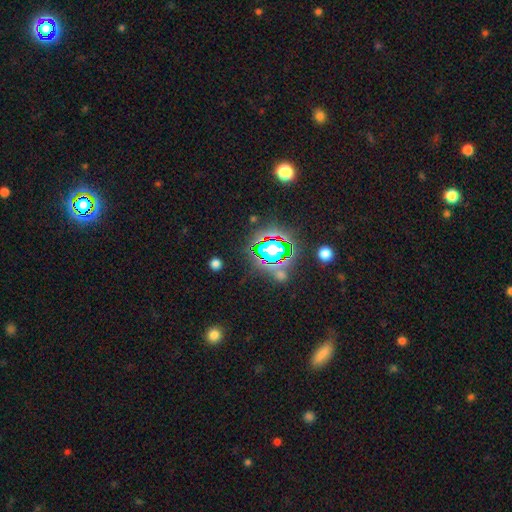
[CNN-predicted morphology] The model was most divided on "smooth or featured": star or artifact: 78%, smooth: 13%, featured or disk: 8%.